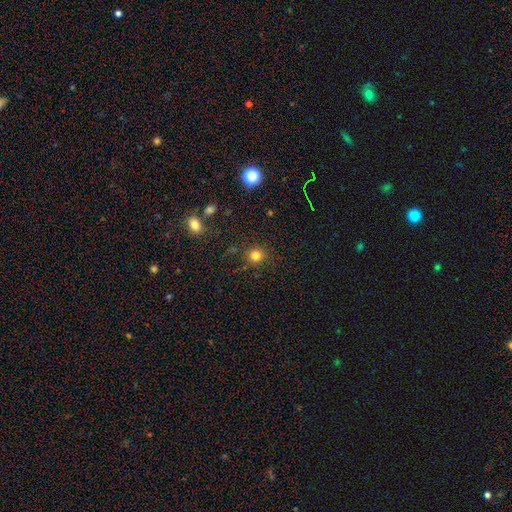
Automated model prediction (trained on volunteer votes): smooth_or_featured: smooth (p=0.80) [alt: star or artifact p=0.14]
how_rounded: round (p=0.89) [alt: in between p=0.10]
merging: none (p=0.87) [alt: minor disturbance p=0.08]